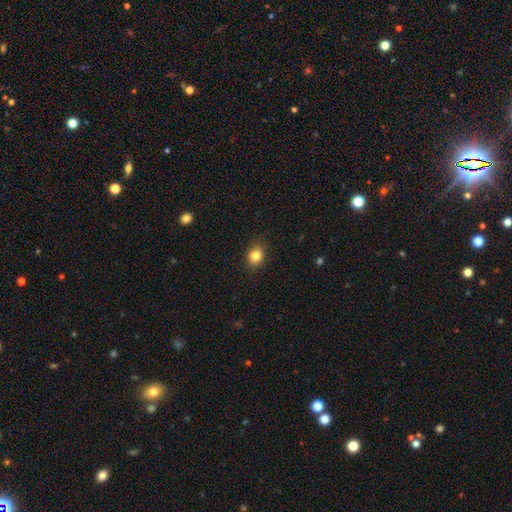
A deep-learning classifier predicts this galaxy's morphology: A smooth galaxy with no disk features (84%) that is round (53%). Merging: none (87%).